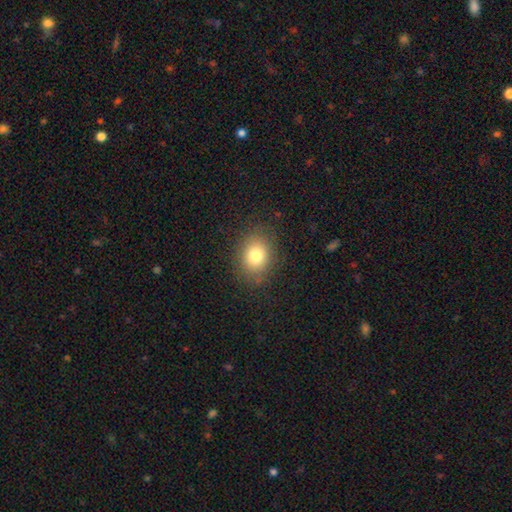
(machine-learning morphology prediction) Smooth or featured? Predicted: smooth (p=0.79). How rounded? Predicted: in between (p=0.51). Merging? Predicted: none (p=0.84).